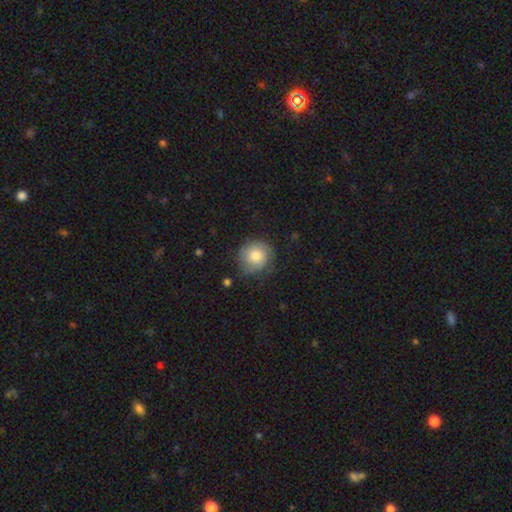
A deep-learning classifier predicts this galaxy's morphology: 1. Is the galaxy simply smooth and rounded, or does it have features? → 68% smooth, 24% featured or disk, 8% star or artifact.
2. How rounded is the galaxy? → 89% round, 10% in between, 1% cigar-shaped.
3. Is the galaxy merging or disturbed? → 68% none, 23% minor disturbance, 7% major disturbance, 2% merger.